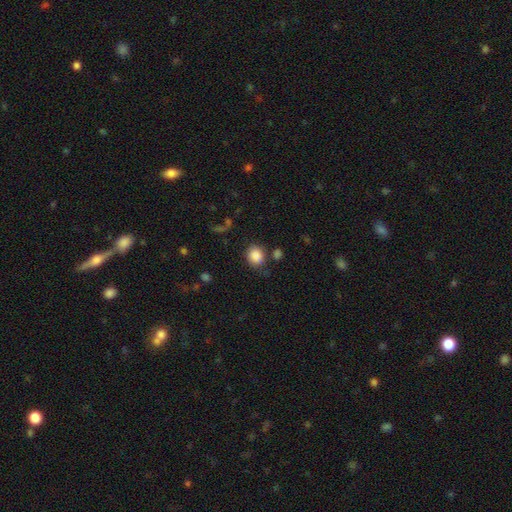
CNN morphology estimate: A smooth galaxy with no disk features (86%) that is round (71%).

Vote fractions:
- Smooth or featured? smooth: 86% / star or artifact: 9% / featured or disk: 5%
- How rounded? round: 71% / in between: 28% / cigar-shaped: 1%
- Merging? none: 74% / minor disturbance: 15% / merger: 6% / major disturbance: 5%